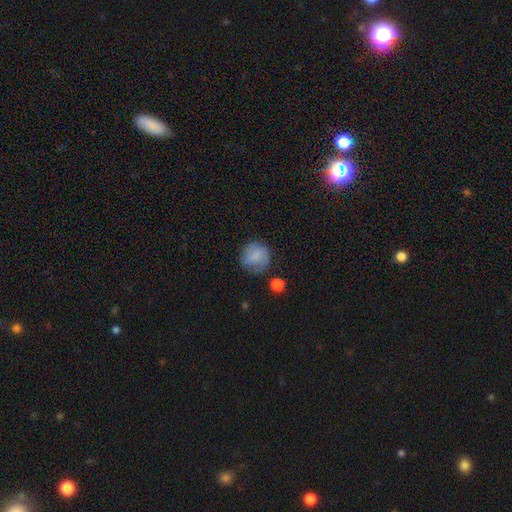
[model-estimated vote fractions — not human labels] Q: Smooth or featured?
A: smooth (77%); runner-up: featured or disk (15%)
Q: How rounded?
A: round (88%); runner-up: in between (11%)
Q: Merging?
A: none (71%); runner-up: minor disturbance (19%)